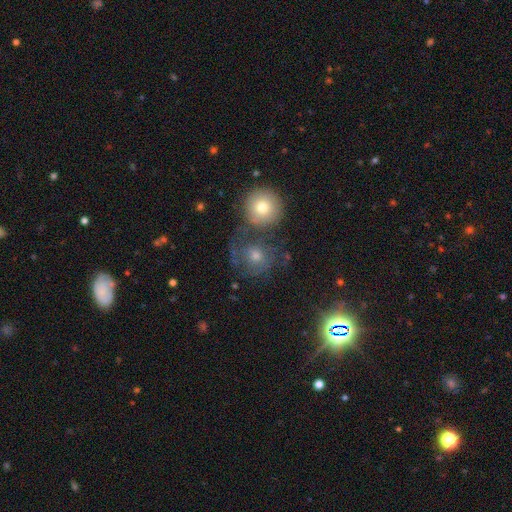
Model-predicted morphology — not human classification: Q: Smooth or featured?
A: featured or disk (42%); runner-up: smooth (38%)
Q: Merging?
A: none (52%); runner-up: merger (17%)